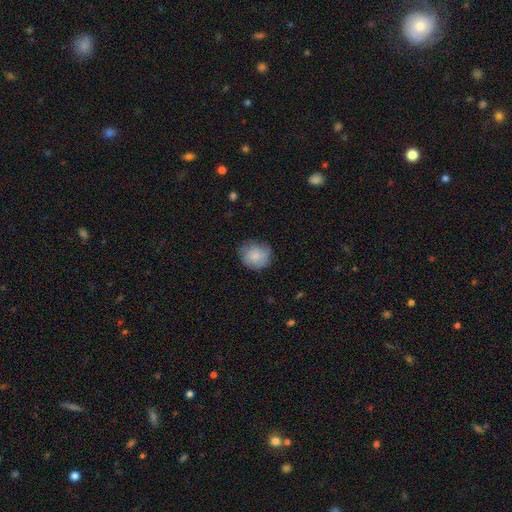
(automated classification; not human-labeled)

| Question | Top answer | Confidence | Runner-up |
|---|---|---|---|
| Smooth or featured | smooth | 84% | featured or disk (9%) |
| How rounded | round | 79% | in between (20%) |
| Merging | none | 72% | minor disturbance (22%) |